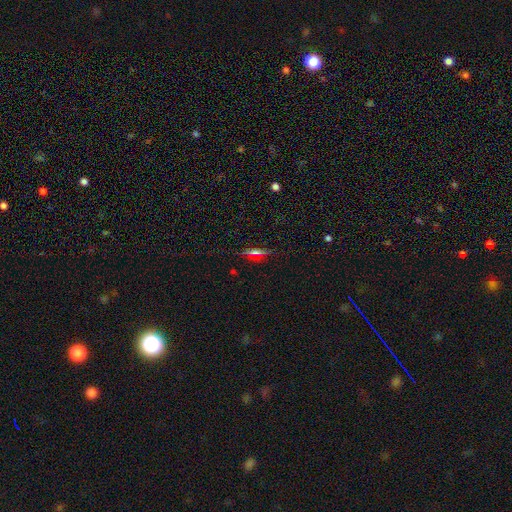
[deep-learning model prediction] The model was most divided on "smooth or featured": smooth: 39%, featured or disk: 33%, star or artifact: 28%. More confident: merging — none (86%).